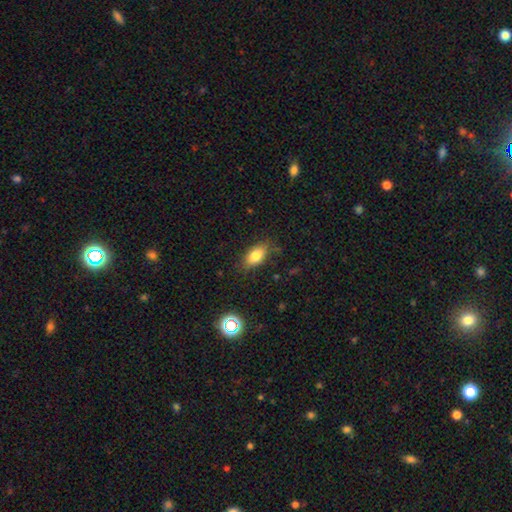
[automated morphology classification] smooth-or-featured: smooth: 79% | featured or disk: 11% | star or artifact: 10%
  how-rounded: in between: 87% | round: 7% | cigar-shaped: 6%
  merging: none: 79% | minor disturbance: 16% | major disturbance: 4% | merger: 2%